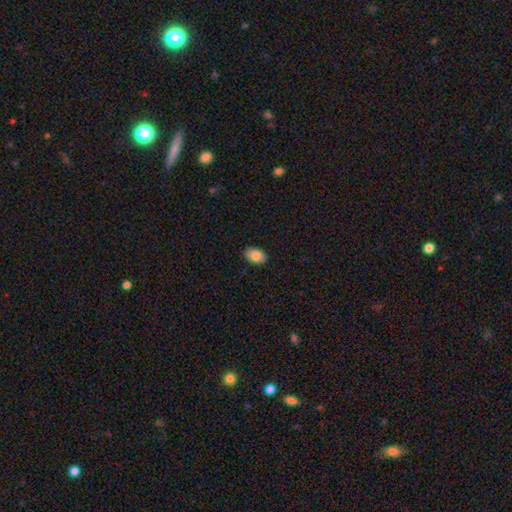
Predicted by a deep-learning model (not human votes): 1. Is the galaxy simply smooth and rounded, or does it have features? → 86% smooth, 7% featured or disk, 7% star or artifact.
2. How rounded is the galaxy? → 91% in between, 8% round, 1% cigar-shaped.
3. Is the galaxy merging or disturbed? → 89% none, 9% minor disturbance, 2% major disturbance, 1% merger.